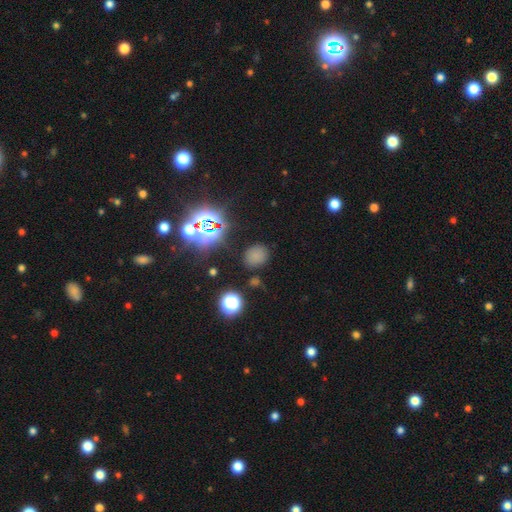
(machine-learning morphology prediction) Smooth or featured? smooth (67%)
How rounded? round (64%)
Merging? none (80%)